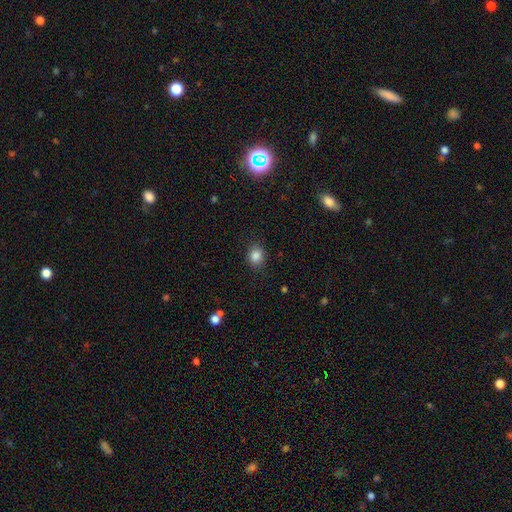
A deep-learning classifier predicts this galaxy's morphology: smooth-or-featured: smooth: 86% | star or artifact: 10% | featured or disk: 4%
  how-rounded: round: 66% | in between: 33% | cigar-shaped: 1%
  merging: none: 85% | minor disturbance: 11% | major disturbance: 3% | merger: 1%